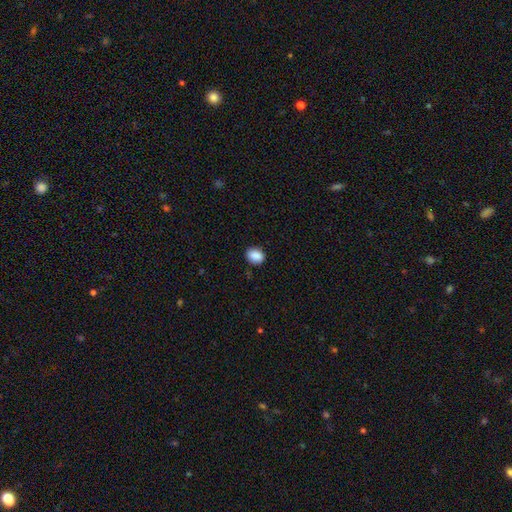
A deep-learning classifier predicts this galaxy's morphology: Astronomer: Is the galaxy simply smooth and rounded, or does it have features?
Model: smooth — 89%.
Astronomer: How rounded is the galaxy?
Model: in between — 58% (runner-up: round, 41%).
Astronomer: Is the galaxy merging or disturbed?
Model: none — 84%.